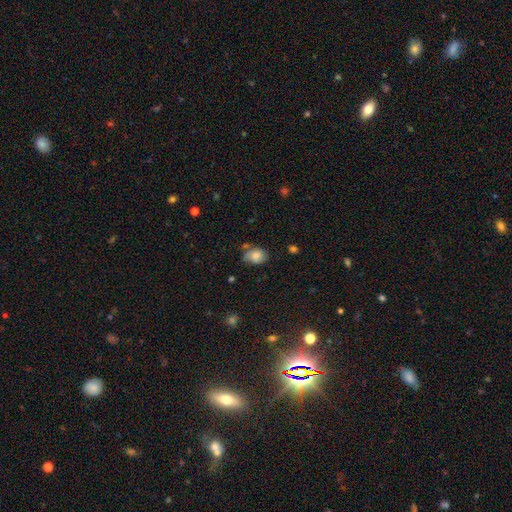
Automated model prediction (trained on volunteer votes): A smooth galaxy with no disk features (73%) that is in between round and cigar-shaped (68%). Merging: none (57%).